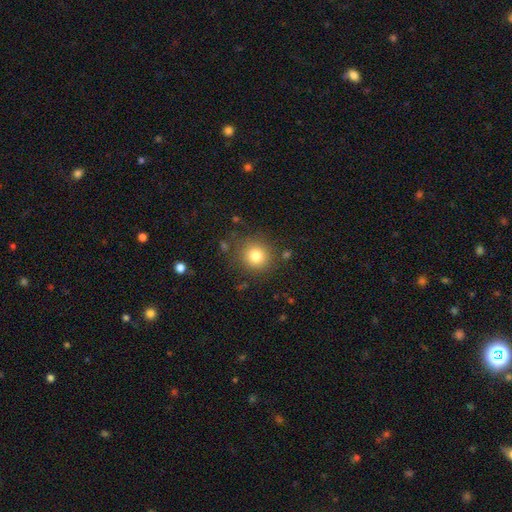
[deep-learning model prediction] A smooth galaxy with no disk features (80%) that is round (92%). Merging: none (85%).